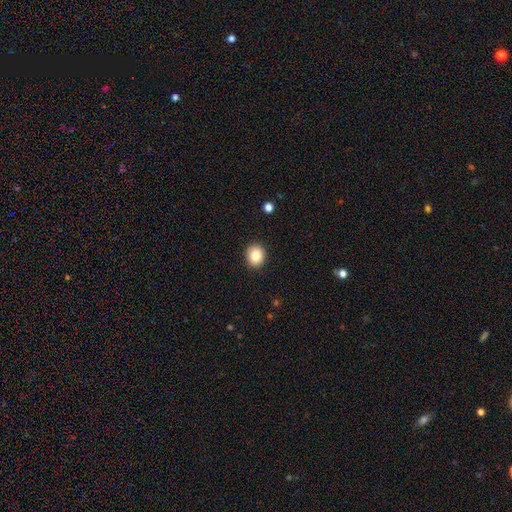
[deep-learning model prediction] Q: Smooth or featured?
A: smooth (83%); runner-up: star or artifact (10%)
Q: How rounded?
A: round (78%); runner-up: in between (22%)
Q: Merging?
A: none (91%); runner-up: minor disturbance (7%)